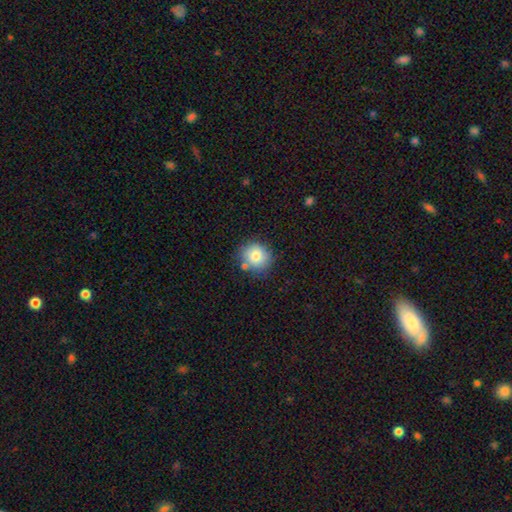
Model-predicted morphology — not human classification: smooth-or-featured: smooth: 81% | featured or disk: 10% | star or artifact: 9%
  how-rounded: round: 87% | in between: 12% | cigar-shaped: 1%
  merging: none: 75% | minor disturbance: 14% | merger: 8% | major disturbance: 3%